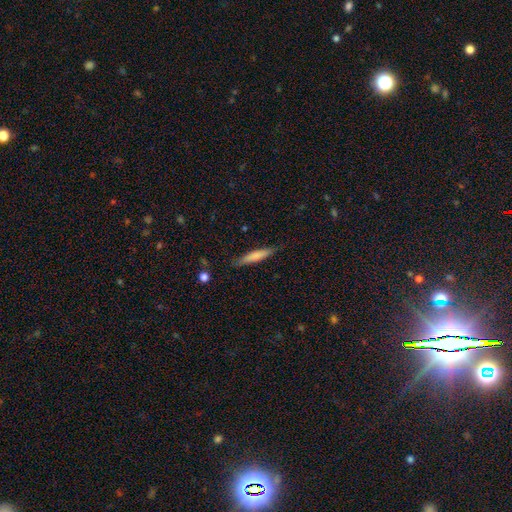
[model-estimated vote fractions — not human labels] smooth_or_featured: smooth (p=0.73) [alt: featured or disk p=0.22]
how_rounded: cigar-shaped (p=0.90) [alt: in between p=0.09]
merging: none (p=0.85) [alt: minor disturbance p=0.12]